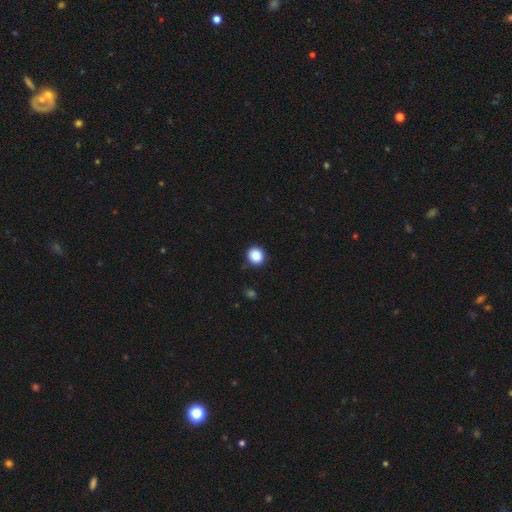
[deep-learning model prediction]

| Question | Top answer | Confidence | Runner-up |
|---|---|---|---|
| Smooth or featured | smooth | 88% | star or artifact (9%) |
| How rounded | round | 88% | in between (11%) |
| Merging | none | 89% | minor disturbance (8%) |